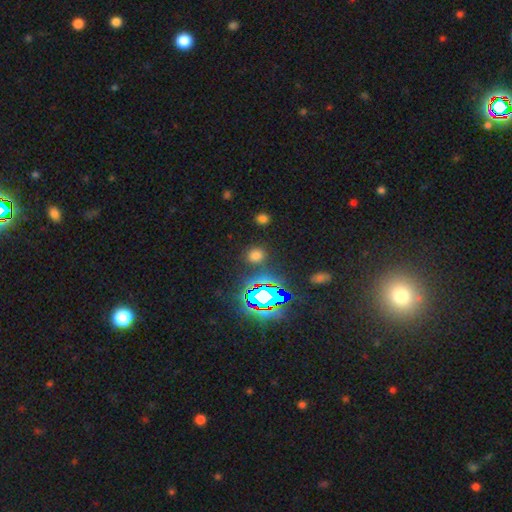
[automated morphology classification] Smooth or featured?
  - smooth: 62% *
  - star or artifact: 32%
  - featured or disk: 6%
How rounded?
  - round: 73% *
  - in between: 25%
  - cigar-shaped: 2%
Merging?
  - none: 87% *
  - minor disturbance: 7%
  - major disturbance: 3%
  - merger: 3%